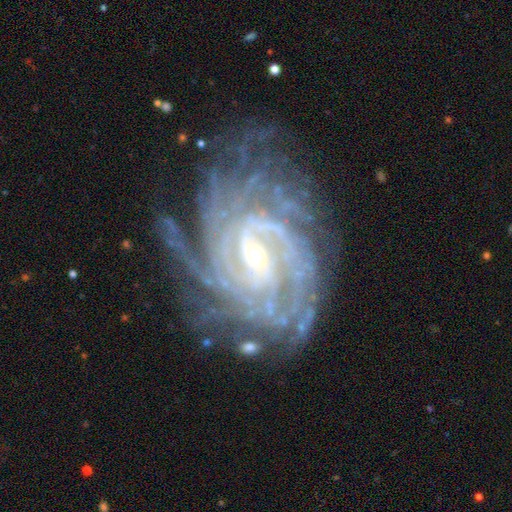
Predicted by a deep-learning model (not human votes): Overall: featured or disk (91%). Edge-on disk: no (97%). Bar: weak (44%; no 32%). Spiral arms: yes (98%). Spiral arm count: more than 4 (27%; 4 22%). Spiral winding: tight (77%). Bulge size: small (74%). Merging: none (69%).